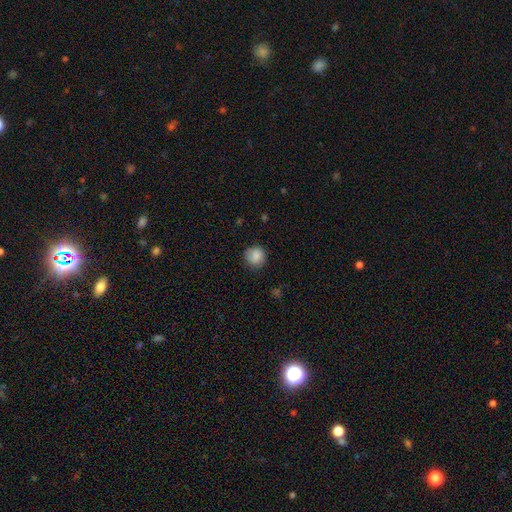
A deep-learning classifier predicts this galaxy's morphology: This is clearly a smooth galaxy (87%). How rounded: clearly round (92%). Merging: clearly none (82%).